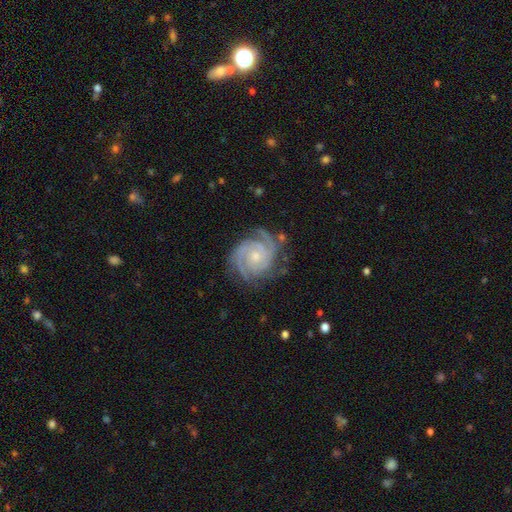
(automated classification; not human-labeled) Morphology: type=featured or disk (91%); edge-on=no (98%); bar=no (74%); spiral arms=yes (98%); winding=tight (74%); arm count=3 (37%, tied with 2); bulge=small (65%); merging=none (77%).